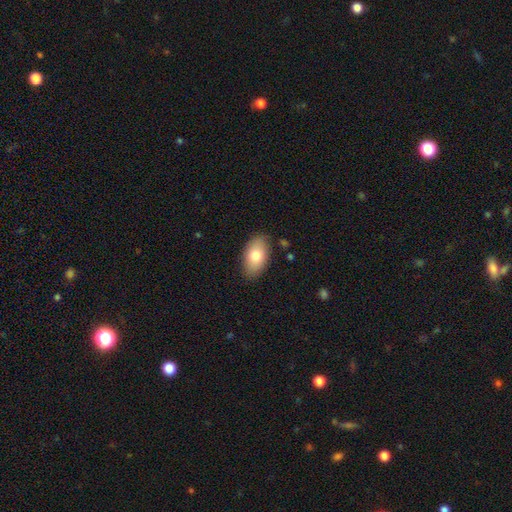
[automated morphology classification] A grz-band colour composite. It shows a smooth galaxy with no disk features (76%) that is in between round and cigar-shaped (92%). Merging: none (85%).